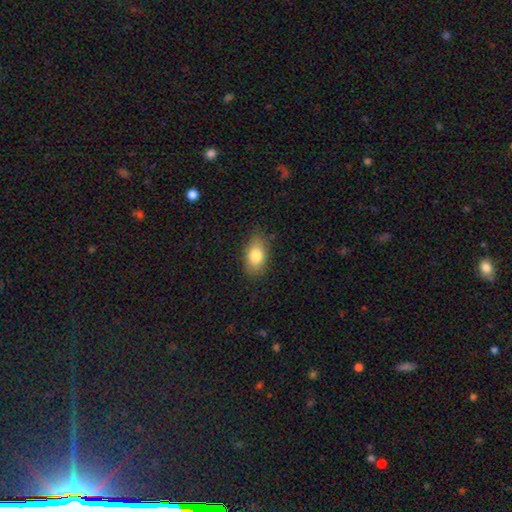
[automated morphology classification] This appears to be a smooth galaxy with no disk features (82%) that is in between round and cigar-shaped (90%). Merging: none (81%).